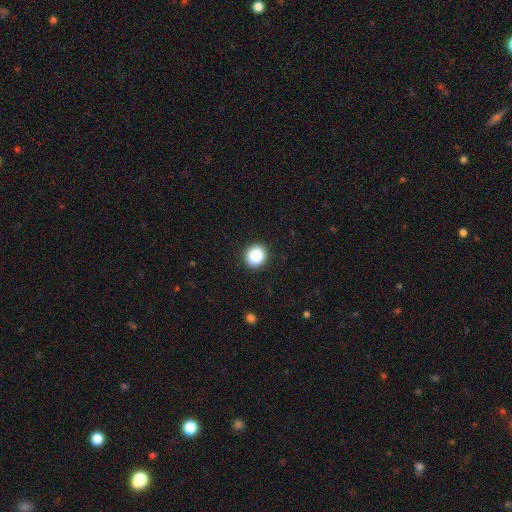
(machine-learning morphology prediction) smooth-or-featured: smooth: 89% | star or artifact: 9% | featured or disk: 3%
  how-rounded: round: 83% | in between: 16% | cigar-shaped: 1%
  merging: none: 92% | minor disturbance: 5% | major disturbance: 2% | merger: 1%